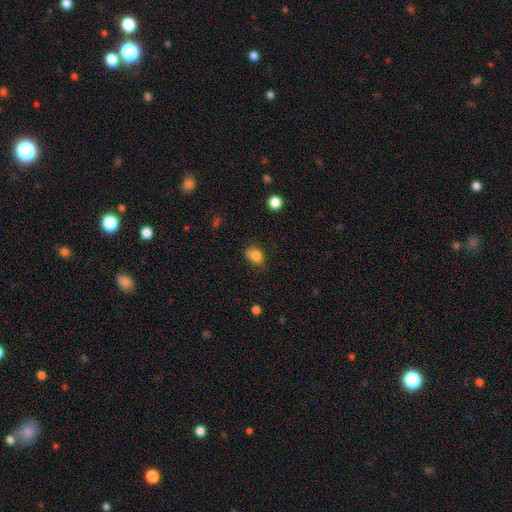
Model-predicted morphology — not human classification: Smooth or featured? Predicted: smooth (p=0.80). How rounded? Predicted: in between (p=0.59). Merging? Predicted: none (p=0.49).